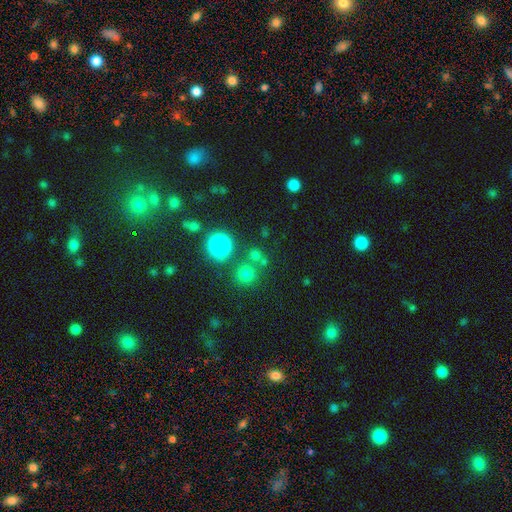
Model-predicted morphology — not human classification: This appears to be a smooth galaxy with no disk features (65%) that is round (89%). Merging: none (70%).